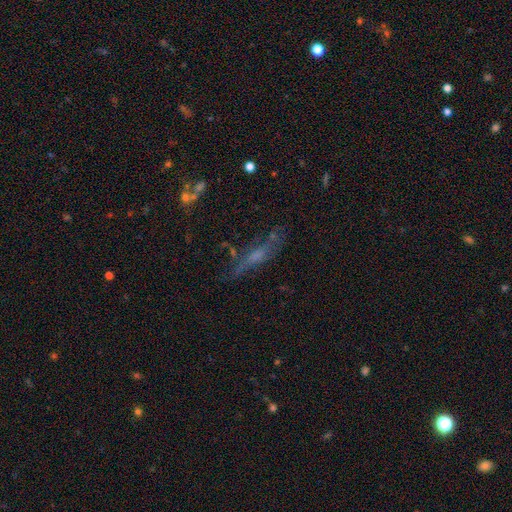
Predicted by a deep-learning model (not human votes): A featured or disk galaxy (51%) viewed edge-on (64%). Merging: none (63%).